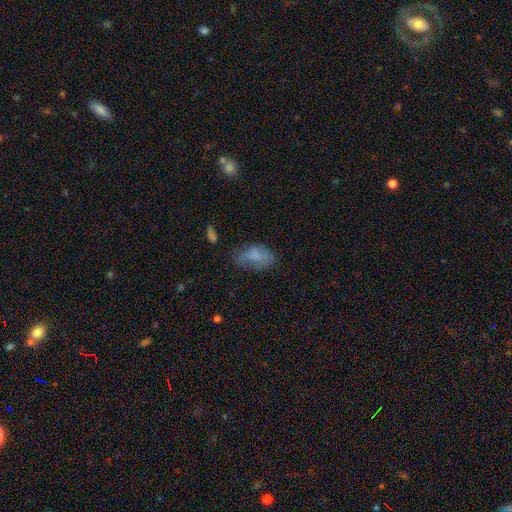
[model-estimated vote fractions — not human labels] The model was most divided on "merging": none: 47%, minor disturbance: 32%, major disturbance: 18%, merger: 3%. More confident: how rounded — in between (91%); smooth or featured — smooth (68%).